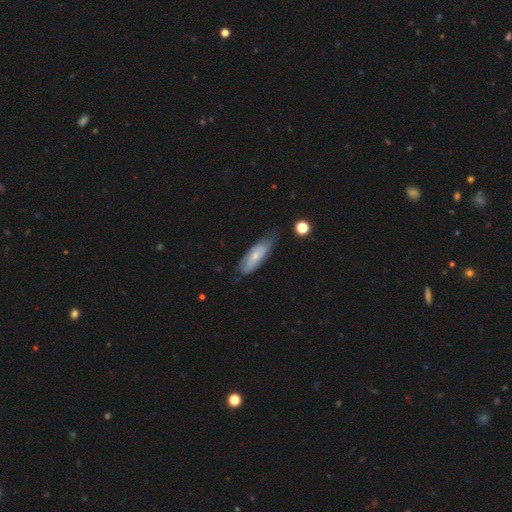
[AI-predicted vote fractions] Smooth or featured?
  - smooth: 54% *
  - featured or disk: 40%
  - star or artifact: 6%
How rounded?
  - in between: 61% *
  - cigar-shaped: 37%
  - round: 2%
Merging?
  - none: 59% *
  - minor disturbance: 32%
  - major disturbance: 6%
  - merger: 2%